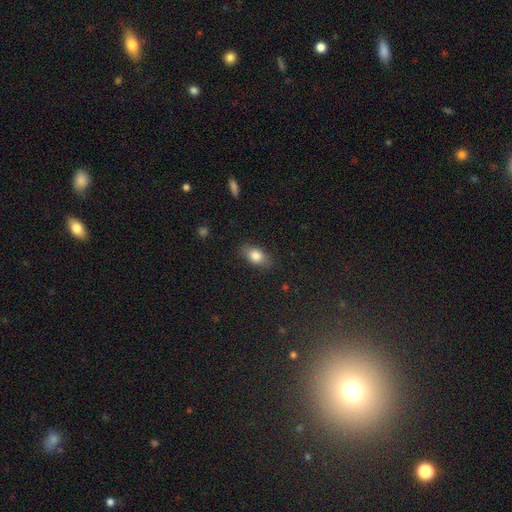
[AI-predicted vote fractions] A smooth galaxy with no disk features (82%) that is in between round and cigar-shaped (85%). Merging: none (82%).